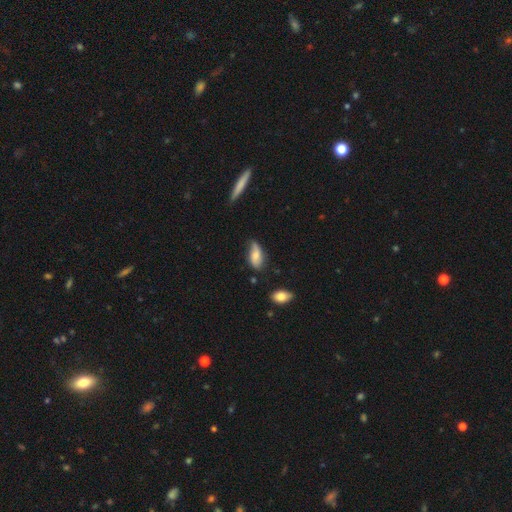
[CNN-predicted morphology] The model was most divided on "merging": none: 53%, minor disturbance: 35%, major disturbance: 9%, merger: 3%. More confident: how rounded — in between (86%); smooth or featured — smooth (63%).